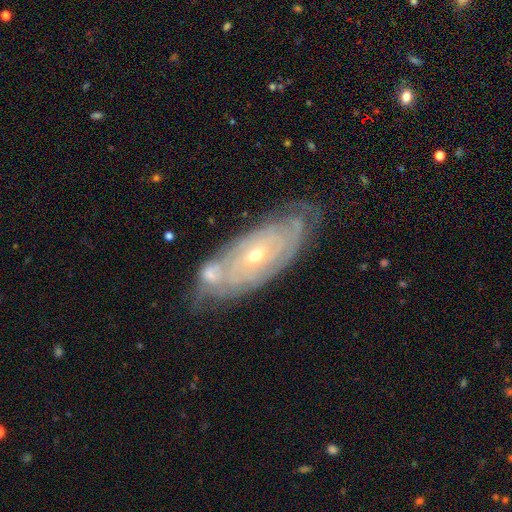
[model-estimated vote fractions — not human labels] Smooth or featured? Predicted: featured or disk (p=0.78). Edge-on disk? Predicted: no (p=0.87). Bar? Predicted: no (p=0.78). Spiral arms? Predicted: yes (p=0.82). Spiral winding? Predicted: tight (p=0.80). Spiral arm count? Predicted: can't tell (p=0.62). Bulge size? Predicted: small (p=0.60). Merging? Predicted: none (p=0.68).